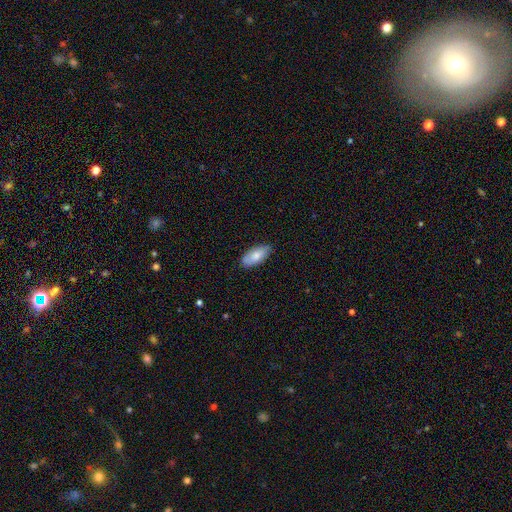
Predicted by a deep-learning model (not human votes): Smooth or featured? smooth (79%)
How rounded? in between (86%)
Merging? none (83%)